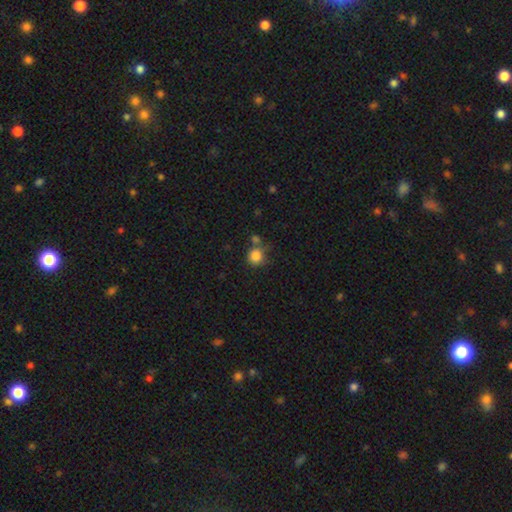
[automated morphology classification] Smooth or featured? smooth (84%)
How rounded? round (88%)
Merging? none (60%)